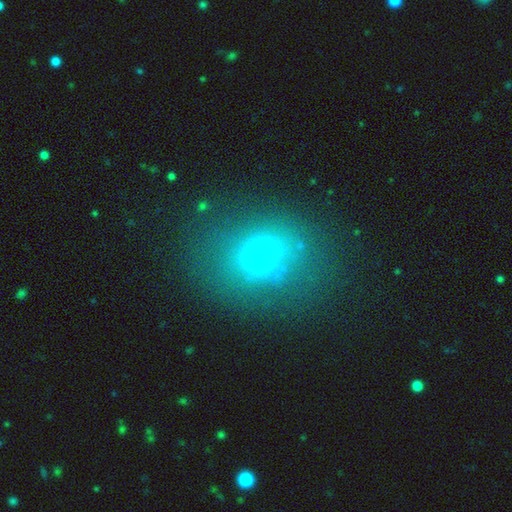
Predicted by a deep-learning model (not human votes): Morphology: type=smooth (49%); merging=none (50%).